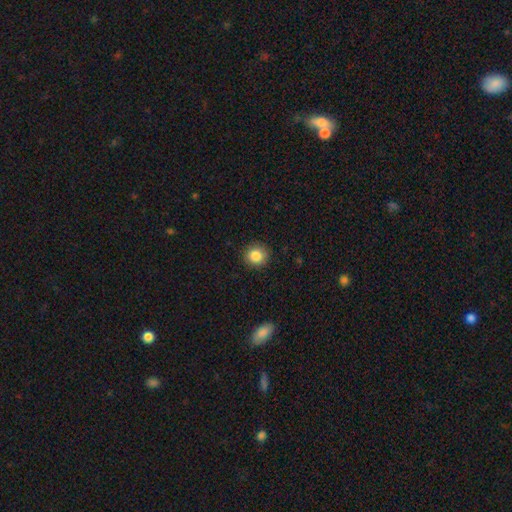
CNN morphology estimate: Smooth or featured? smooth (86%)
How rounded? round (88%)
Merging? none (90%)